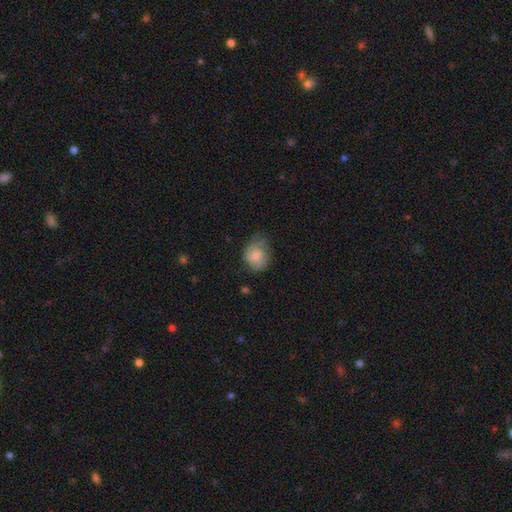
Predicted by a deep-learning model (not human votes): smooth 70%, featured or disk 22%, star or artifact 7%. Down the decision tree: how rounded — round (59%); merging — none (49%).